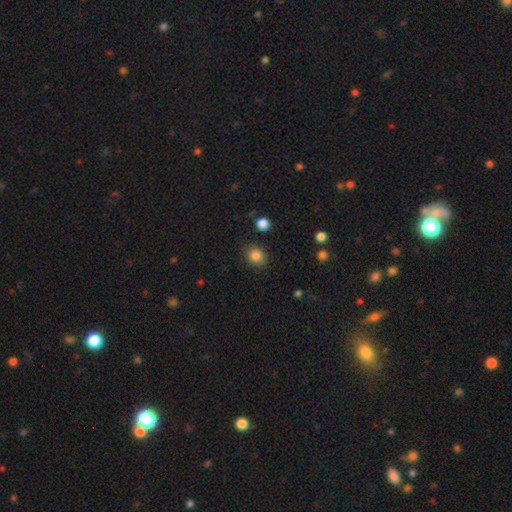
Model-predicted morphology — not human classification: Overall: smooth (85%). How rounded: round (75%). Merging: none (86%).